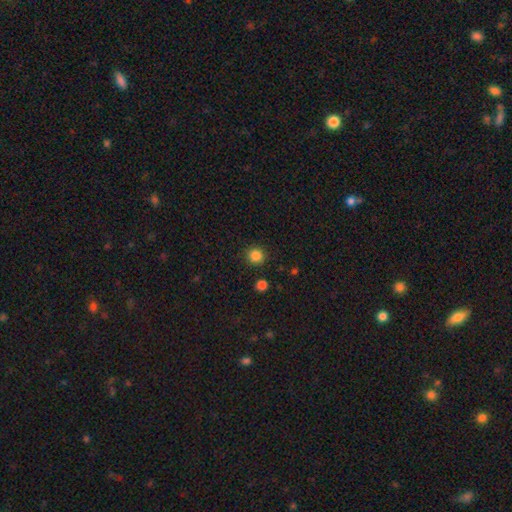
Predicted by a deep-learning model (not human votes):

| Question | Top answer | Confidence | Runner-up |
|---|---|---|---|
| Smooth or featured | smooth | 85% | star or artifact (11%) |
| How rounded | round | 92% | in between (7%) |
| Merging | none | 90% | minor disturbance (6%) |